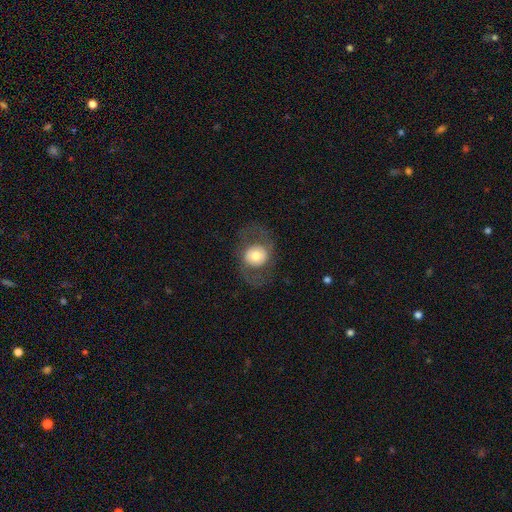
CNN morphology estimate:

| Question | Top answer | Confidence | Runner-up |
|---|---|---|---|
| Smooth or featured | featured or disk | 49% | smooth (44%) |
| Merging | none | 70% | major disturbance (16%) |